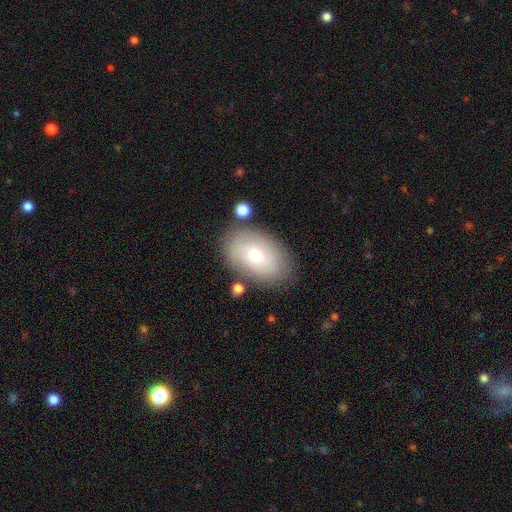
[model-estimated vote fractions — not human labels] Smooth or featured?
  - smooth: 61% *
  - featured or disk: 31%
  - star or artifact: 7%
How rounded?
  - in between: 88% *
  - round: 10%
  - cigar-shaped: 1%
Merging?
  - none: 78% *
  - minor disturbance: 14%
  - major disturbance: 4%
  - merger: 4%